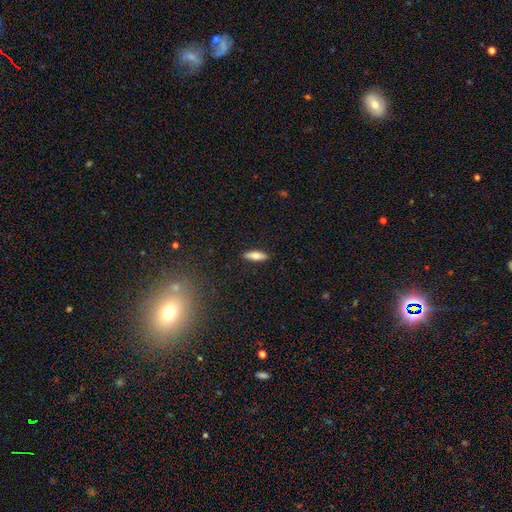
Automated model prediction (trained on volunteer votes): smooth 77%, featured or disk 16%, star or artifact 7%. Down the decision tree: how rounded — cigar-shaped (50%); merging — none (90%).